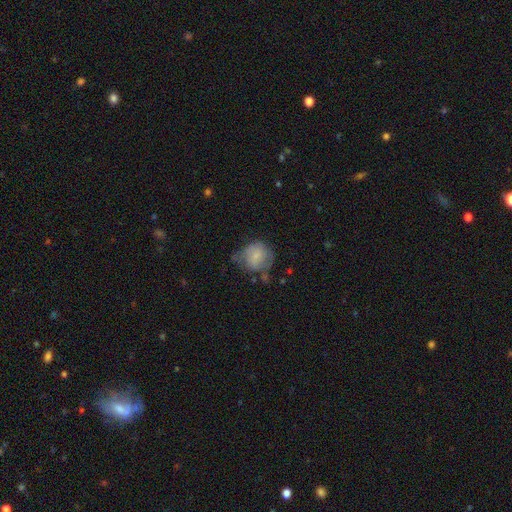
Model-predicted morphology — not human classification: Q: Smooth or featured?
A: smooth (57%); runner-up: featured or disk (35%)
Q: How rounded?
A: round (77%); runner-up: in between (22%)
Q: Merging?
A: none (44%); runner-up: minor disturbance (33%)